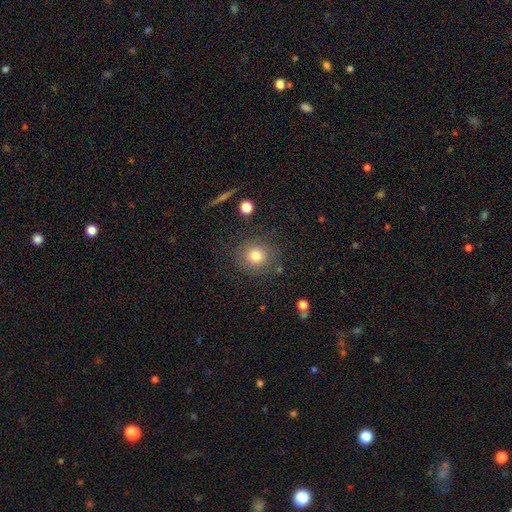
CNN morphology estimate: Smooth or featured: smooth — 72% (featured or disk — 16%)
How rounded: round — 86% (in between — 13%)
Merging: none — 78% (minor disturbance — 13%)